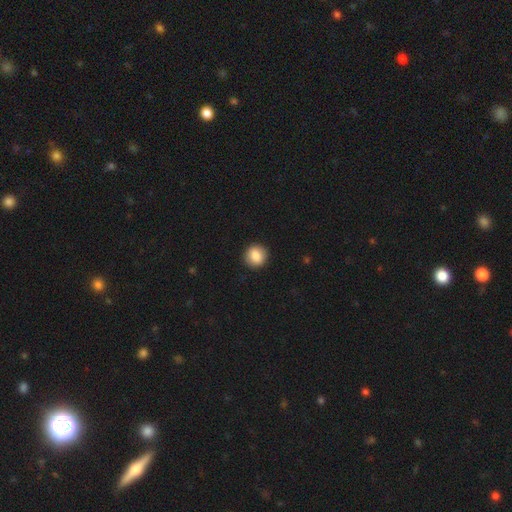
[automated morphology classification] A smooth galaxy with no disk features (86%) that is round (89%). Merging: none (92%).